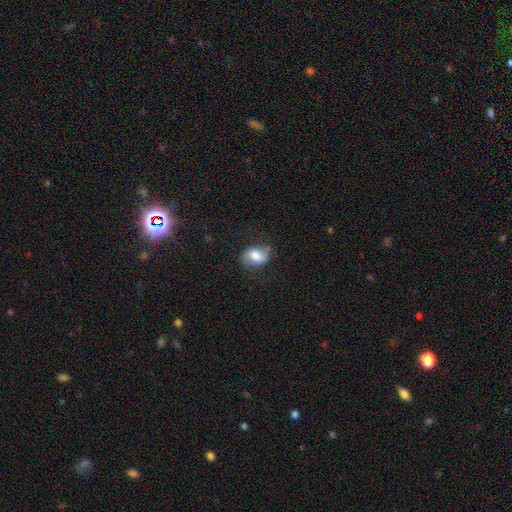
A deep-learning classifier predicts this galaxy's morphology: type=smooth (58%); roundness=in between (70%); merging=none (67%).